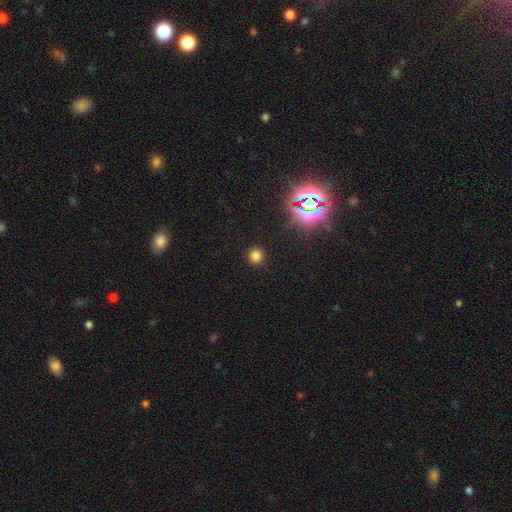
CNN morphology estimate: smooth 76%, star or artifact 19%, featured or disk 5%. Down the decision tree: how rounded — round (91%); merging — none (91%).